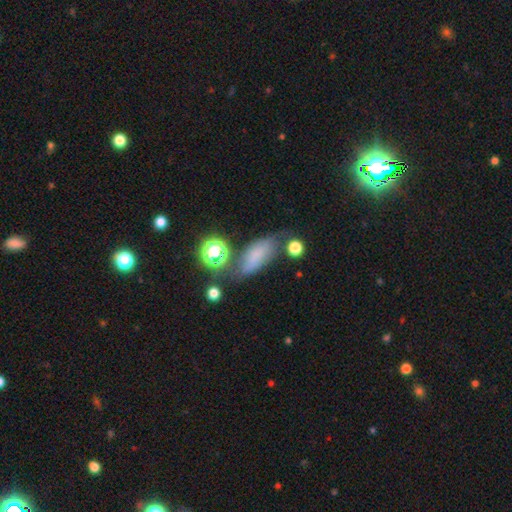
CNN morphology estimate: smooth_or_featured: smooth (p=0.66) [alt: featured or disk p=0.20]
how_rounded: in between (p=0.75) [alt: cigar-shaped p=0.17]
merging: none (p=0.55) [alt: minor disturbance p=0.25]